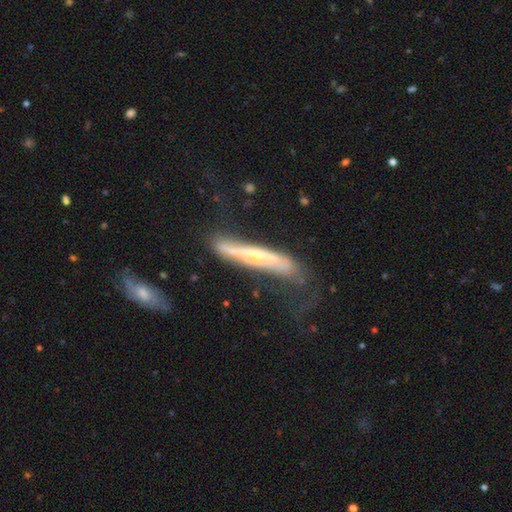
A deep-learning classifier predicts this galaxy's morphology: A featured or disk galaxy (71%) viewed edge-on (74%) with a rounded central bulge (67%). Merging: none (50%).